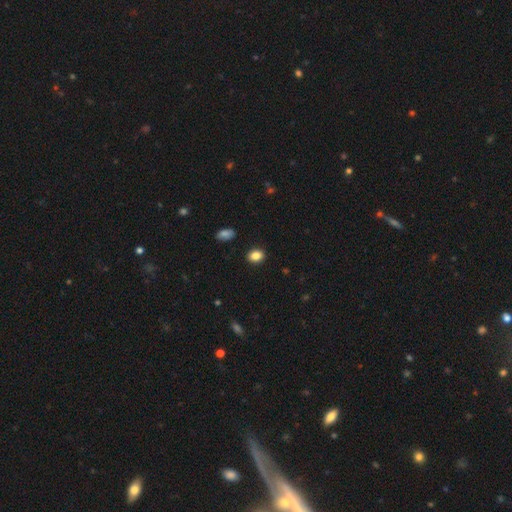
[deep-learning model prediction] A smooth galaxy with no disk features (86%) that is in between round and cigar-shaped (59%).

Vote fractions:
- Smooth or featured? smooth: 86% / star or artifact: 9% / featured or disk: 5%
- How rounded? in between: 59% / round: 40% / cigar-shaped: 1%
- Merging? none: 90% / minor disturbance: 7% / major disturbance: 2% / merger: 1%